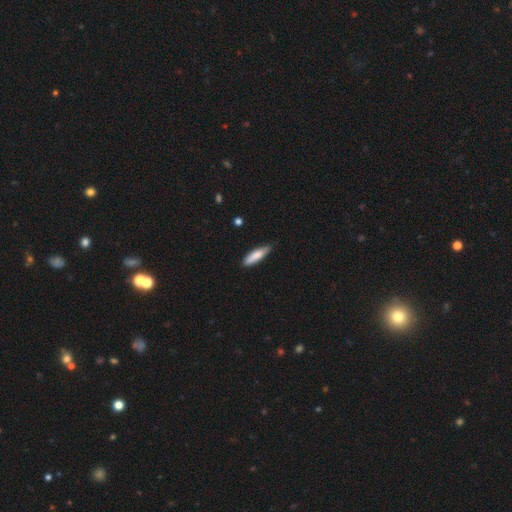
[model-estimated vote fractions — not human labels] Q: Smooth or featured?
A: smooth (80%); runner-up: featured or disk (14%)
Q: How rounded?
A: cigar-shaped (70%); runner-up: in between (28%)
Q: Merging?
A: none (79%); runner-up: minor disturbance (18%)